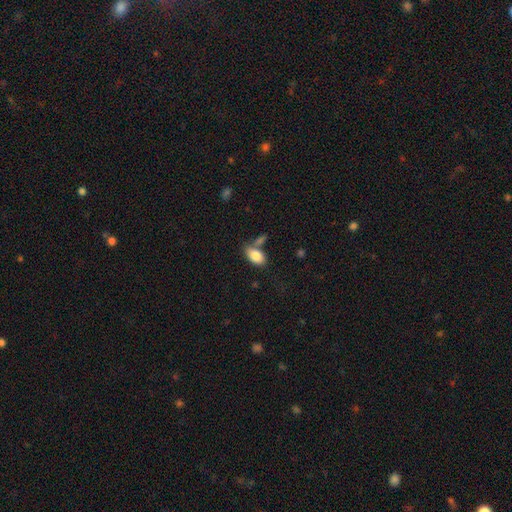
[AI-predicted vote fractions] Smooth or featured: smooth — 85% (featured or disk — 8%)
How rounded: in between — 93% (round — 5%)
Merging: none — 53% (merger — 25%)